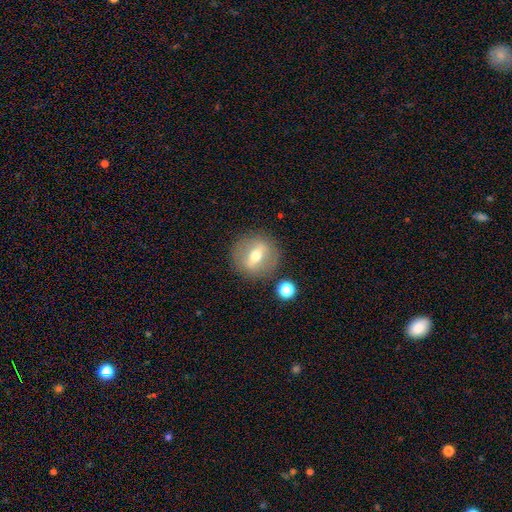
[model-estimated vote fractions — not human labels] Smooth or featured? Predicted: featured or disk (p=0.55). Edge-on disk? Predicted: no (p=0.70). Merging? Predicted: none (p=0.85).